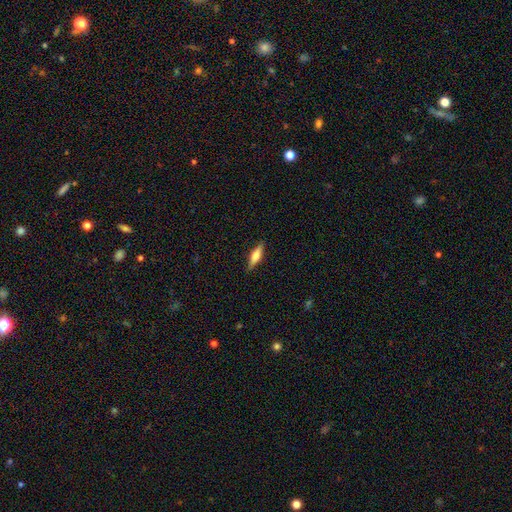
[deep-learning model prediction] A smooth galaxy with no disk features (50%).

Vote fractions:
- Smooth or featured? smooth: 50% / featured or disk: 44% / star or artifact: 6%
- Merging? none: 88% / minor disturbance: 9% / major disturbance: 2% / merger: 1%